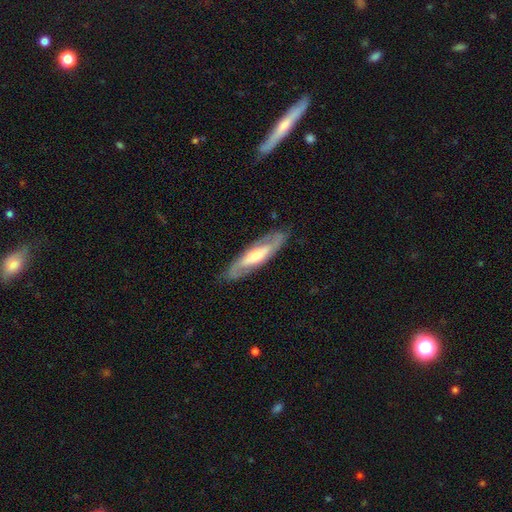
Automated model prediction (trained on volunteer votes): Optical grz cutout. It shows a featured or disk galaxy (71%). Merging: none (83%).